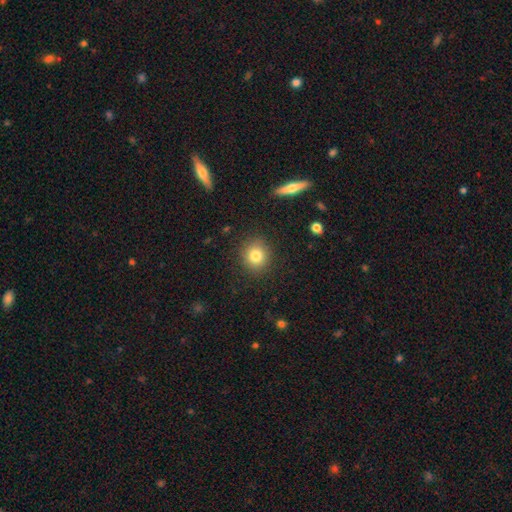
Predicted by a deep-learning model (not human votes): Q: Smooth or featured?
A: smooth (81%); runner-up: star or artifact (11%)
Q: How rounded?
A: round (83%); runner-up: in between (16%)
Q: Merging?
A: none (88%); runner-up: minor disturbance (8%)